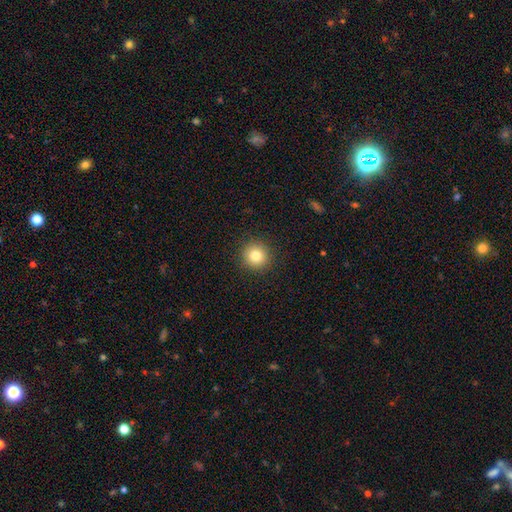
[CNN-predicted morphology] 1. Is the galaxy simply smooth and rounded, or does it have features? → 82% smooth, 11% star or artifact, 7% featured or disk.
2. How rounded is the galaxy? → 95% round, 4% in between, 1% cigar-shaped.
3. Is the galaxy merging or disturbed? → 92% none, 5% minor disturbance, 2% major disturbance, 1% merger.